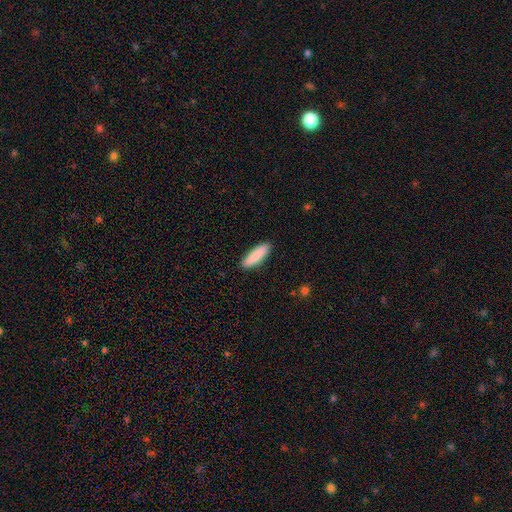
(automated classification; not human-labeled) smooth-or-featured: smooth: 88% | featured or disk: 7% | star or artifact: 6%
  how-rounded: cigar-shaped: 63% | in between: 35% | round: 1%
  merging: none: 90% | minor disturbance: 8% | major disturbance: 2% | merger: 1%